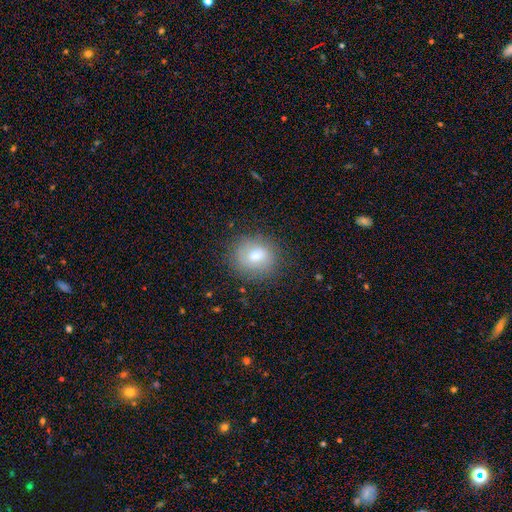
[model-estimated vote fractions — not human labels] This appears to be a smooth galaxy with no disk features (72%) that is round (72%). Merging: none (78%).